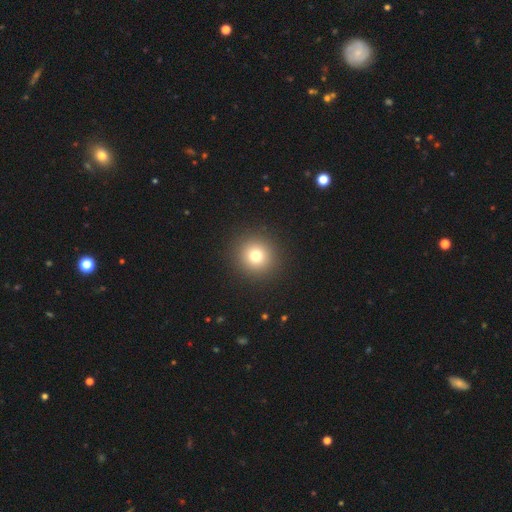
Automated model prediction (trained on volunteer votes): smooth-or-featured: smooth: 77% | star or artifact: 14% | featured or disk: 9%
  how-rounded: round: 94% | in between: 5% | cigar-shaped: 1%
  merging: none: 92% | minor disturbance: 4% | major disturbance: 2% | merger: 1%